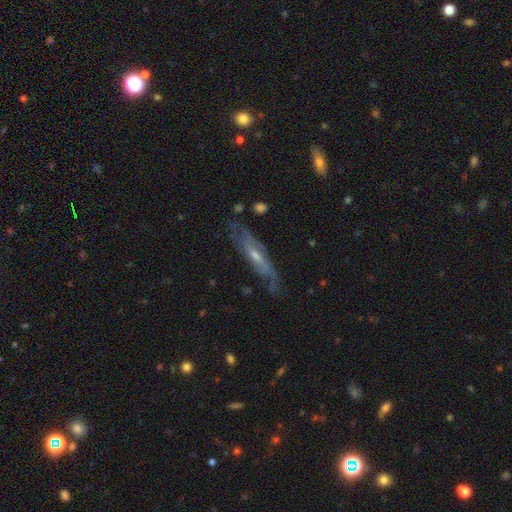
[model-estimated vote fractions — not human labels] The model was most divided on "edge-on disk": no: 60%, yes: 40%. More confident: smooth or featured — featured or disk (74%); merging — none (66%).